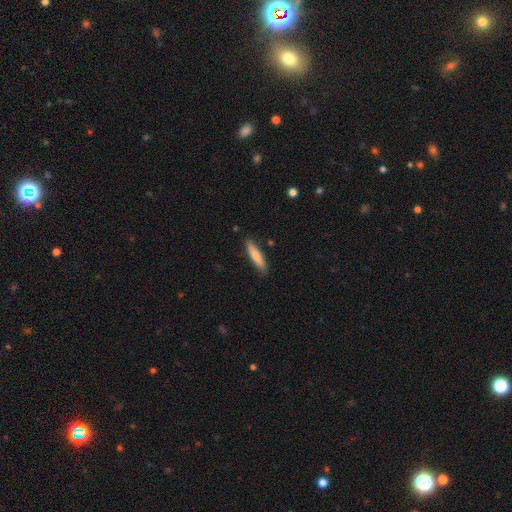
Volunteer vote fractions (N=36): Morphology: type=smooth (86%); roundness=cigar-shaped (68%); merging=none (91%).